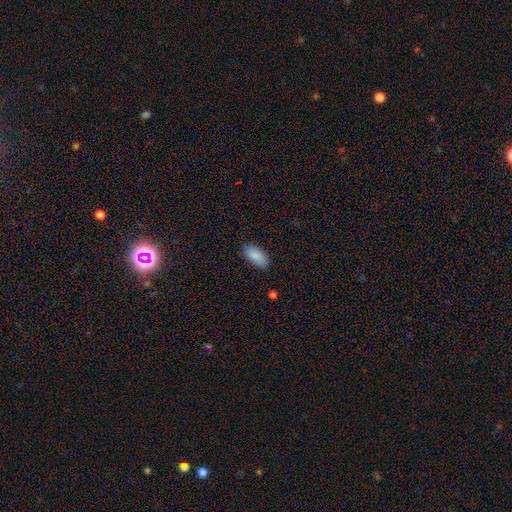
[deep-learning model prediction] Overall: smooth (88%). How rounded: in between (93%). Merging: none (84%).